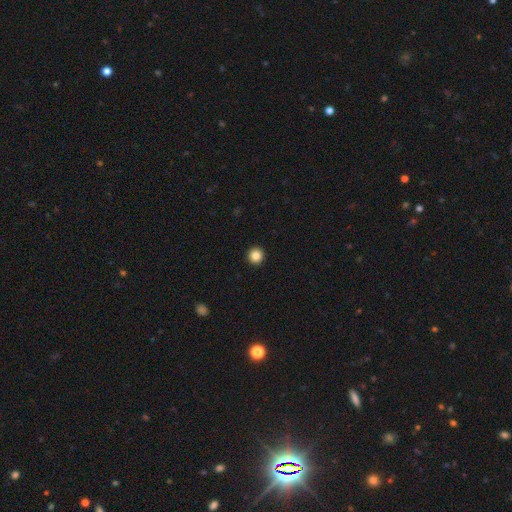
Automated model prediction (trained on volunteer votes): Smooth or featured? smooth (84%)
How rounded? round (95%)
Merging? none (94%)